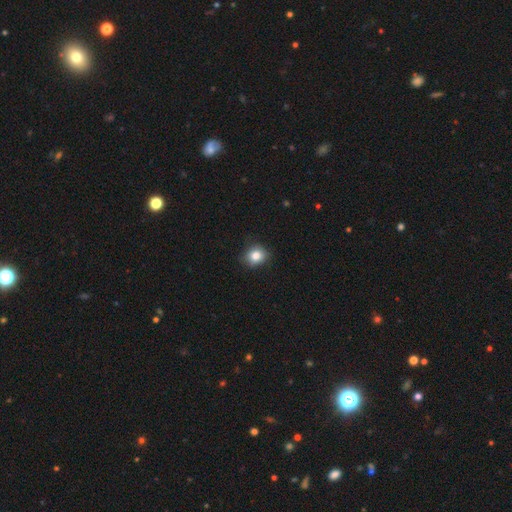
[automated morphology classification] smooth_or_featured: smooth (p=0.83) [alt: star or artifact p=0.10]
how_rounded: round (p=0.69) [alt: in between p=0.30]
merging: none (p=0.82) [alt: minor disturbance p=0.15]